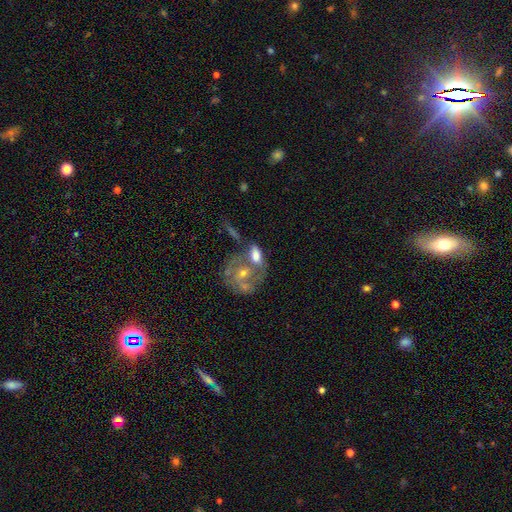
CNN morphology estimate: The model was most divided on "smooth or featured": smooth: 54%, featured or disk: 38%, star or artifact: 8%. Remaining: how rounded — in between (78%); merging — merger (47%).